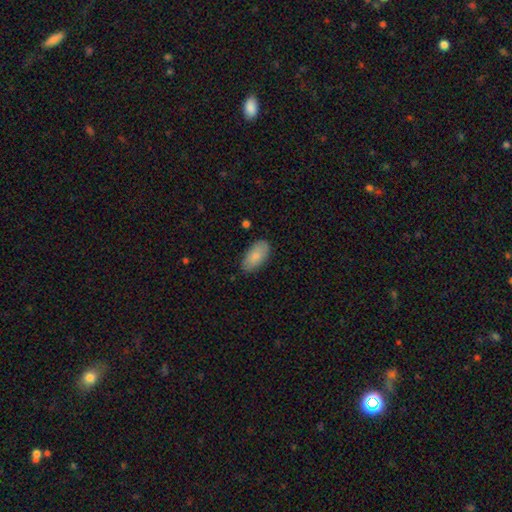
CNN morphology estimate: Smooth or featured? Predicted: smooth (p=0.84). How rounded? Predicted: in between (p=0.94). Merging? Predicted: none (p=0.84).